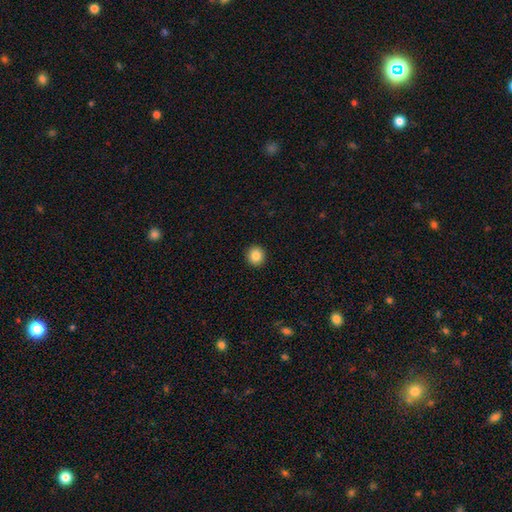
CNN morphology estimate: Smooth or featured?
  - smooth: 86% *
  - star or artifact: 10%
  - featured or disk: 5%
How rounded?
  - round: 92% *
  - in between: 7%
  - cigar-shaped: 1%
Merging?
  - none: 93% *
  - minor disturbance: 5%
  - major disturbance: 2%
  - merger: 1%